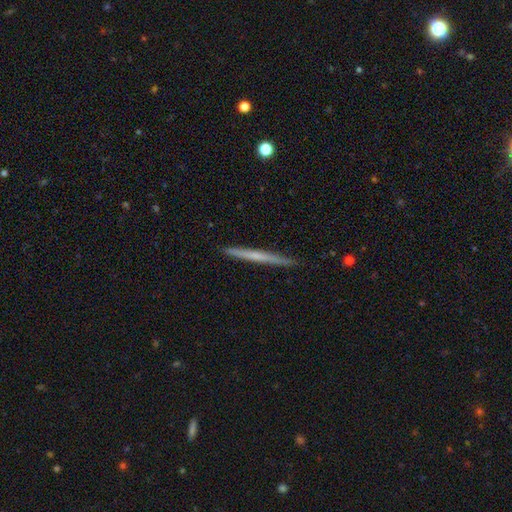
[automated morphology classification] Smooth or featured? featured or disk (51%)
Edge-on disk? yes (98%)
Merging? none (92%)